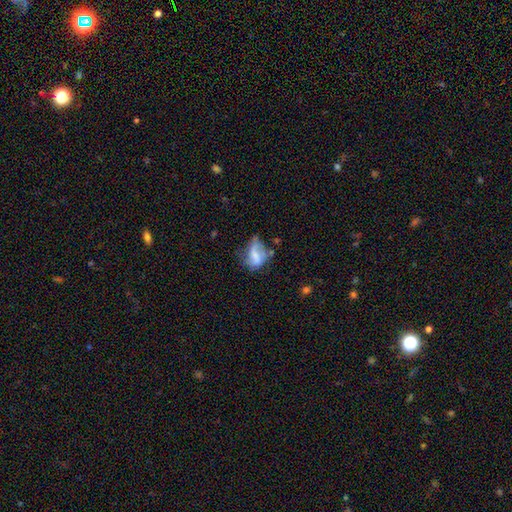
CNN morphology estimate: A smooth galaxy with no disk features (49%). Merging: minor disturbance (32%).